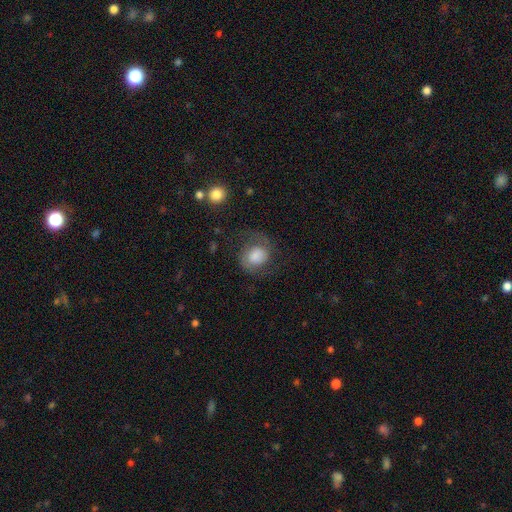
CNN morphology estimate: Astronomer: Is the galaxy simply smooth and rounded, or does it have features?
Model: featured or disk — 47% (runner-up: smooth, 44%).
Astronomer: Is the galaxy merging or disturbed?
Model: none — 62%.